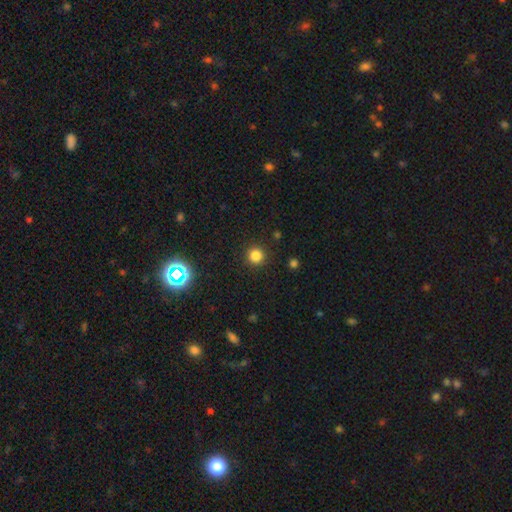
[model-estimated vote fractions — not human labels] smooth_or_featured: smooth (p=0.82) [alt: star or artifact p=0.14]
how_rounded: round (p=0.95) [alt: in between p=0.04]
merging: none (p=0.91) [alt: minor disturbance p=0.05]